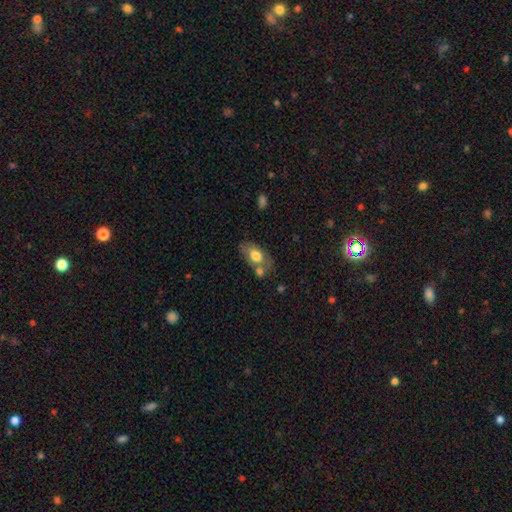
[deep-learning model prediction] Overall: smooth (66%; featured or disk 27%). How rounded: in between (89%). Merging: none (50%; merger 24%).